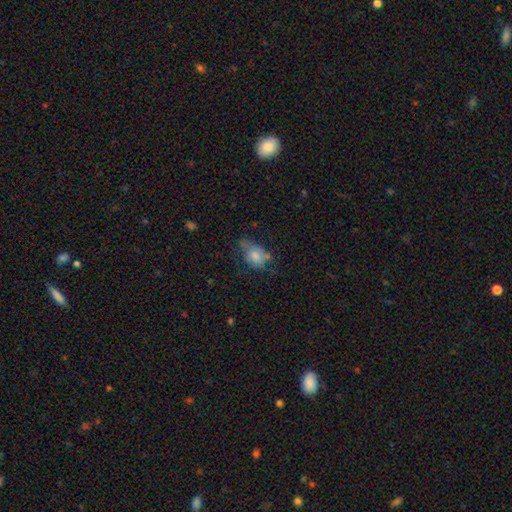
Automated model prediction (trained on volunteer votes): Morphology: type=smooth (71%); roundness=in between (70%); merging=minor disturbance (37%).